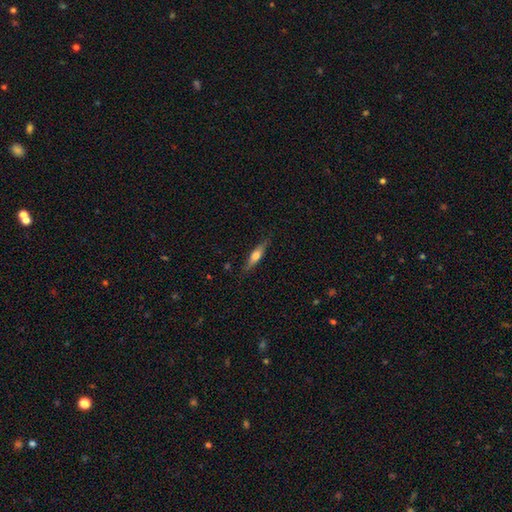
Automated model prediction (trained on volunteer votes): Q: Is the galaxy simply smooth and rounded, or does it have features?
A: featured or disk — 47%, tied with smooth.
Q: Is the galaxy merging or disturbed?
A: none — 85%.